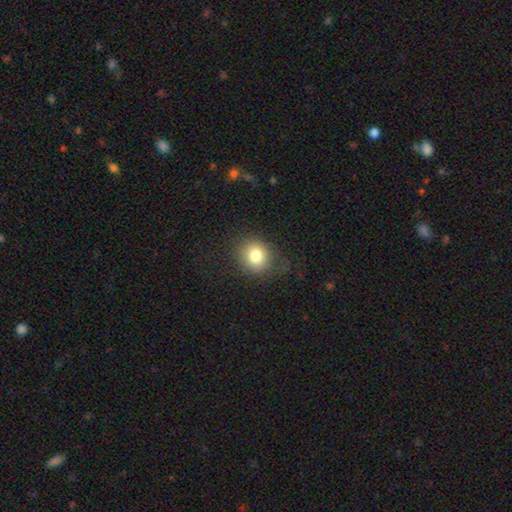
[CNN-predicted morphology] This is clearly a smooth galaxy (81%). How rounded: likely round (75%). Merging: likely none (78%).